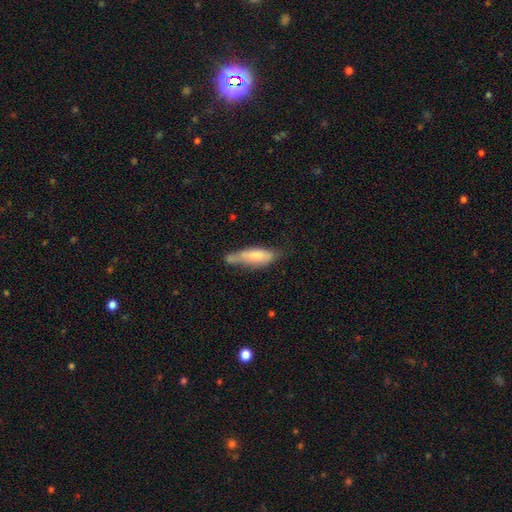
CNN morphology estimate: Smooth or featured? smooth (65%)
How rounded? cigar-shaped (53%)
Merging? none (36%)